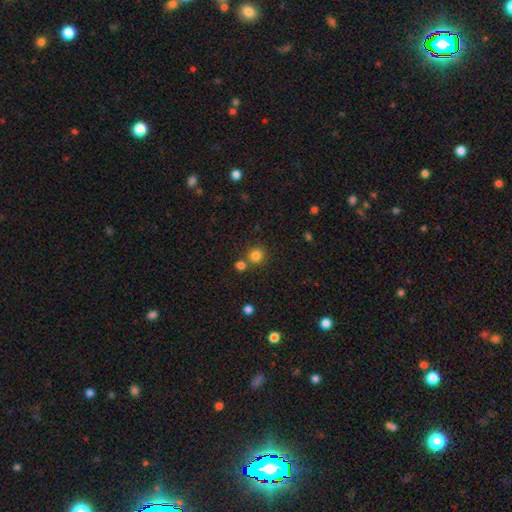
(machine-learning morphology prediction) Smooth or featured? Predicted: smooth (p=0.81). How rounded? Predicted: round (p=0.88). Merging? Predicted: none (p=0.72).